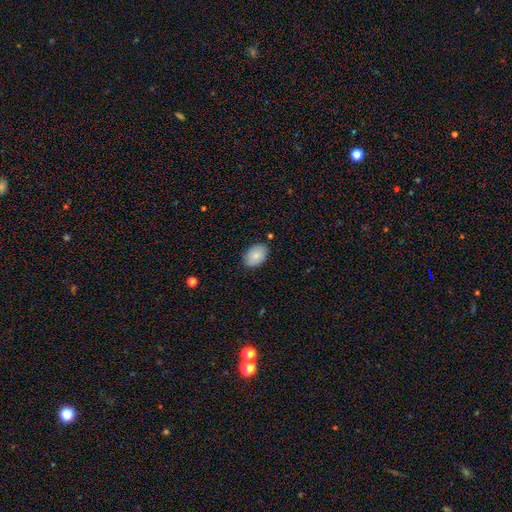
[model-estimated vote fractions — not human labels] smooth-or-featured: smooth: 82% | featured or disk: 11% | star or artifact: 7%
  how-rounded: in between: 84% | round: 15% | cigar-shaped: 1%
  merging: none: 83% | minor disturbance: 13% | major disturbance: 2% | merger: 2%